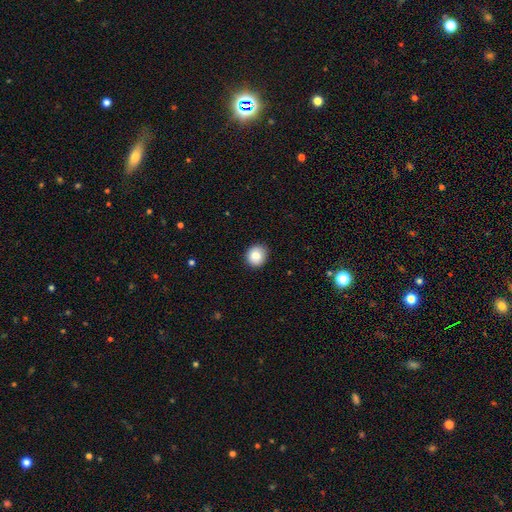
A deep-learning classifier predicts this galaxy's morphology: smooth-or-featured: smooth: 86% | star or artifact: 9% | featured or disk: 5%
  how-rounded: round: 83% | in between: 16% | cigar-shaped: 1%
  merging: none: 88% | minor disturbance: 9% | major disturbance: 2% | merger: 1%